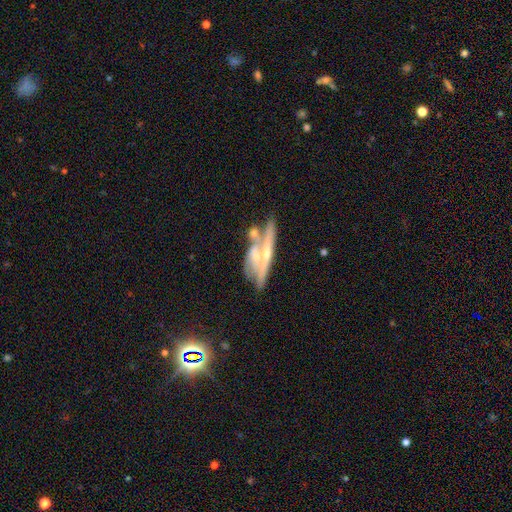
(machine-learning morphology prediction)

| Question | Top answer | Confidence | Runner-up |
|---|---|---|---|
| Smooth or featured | featured or disk | 62% | smooth (31%) |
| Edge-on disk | yes | 53% | no (47%) |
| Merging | merger | 45% | none (32%) |